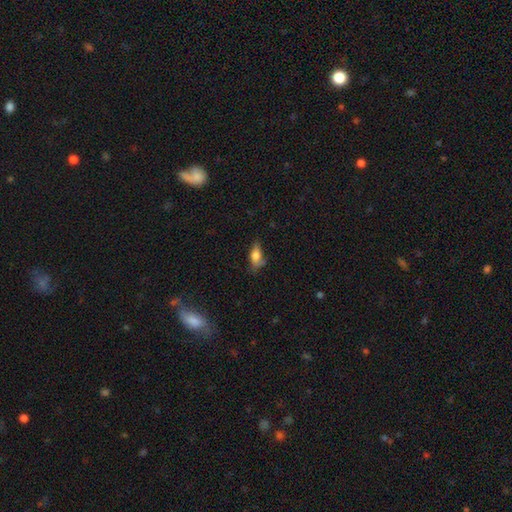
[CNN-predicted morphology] The model was most divided on "merging": none: 49%, minor disturbance: 33%, major disturbance: 14%, merger: 4%. More confident: how rounded — in between (79%); smooth or featured — smooth (73%).